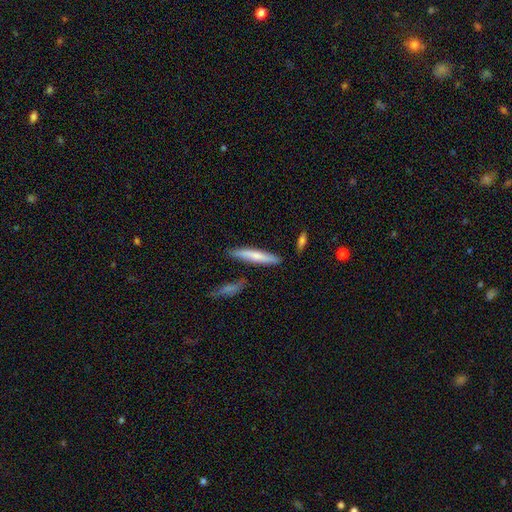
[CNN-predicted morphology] Q: Smooth or featured?
A: smooth (66%); runner-up: featured or disk (28%)
Q: How rounded?
A: cigar-shaped (89%); runner-up: in between (9%)
Q: Merging?
A: none (81%); runner-up: minor disturbance (12%)